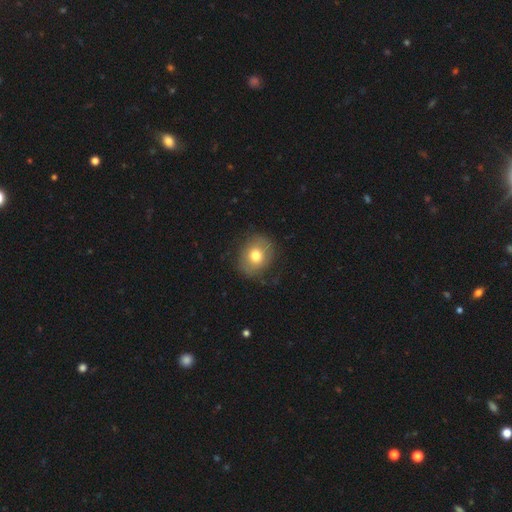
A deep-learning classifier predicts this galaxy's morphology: The model was most divided on "how rounded": round: 66%, in between: 33%, cigar-shaped: 1%. More confident: merging — none (79%); smooth or featured — smooth (71%).